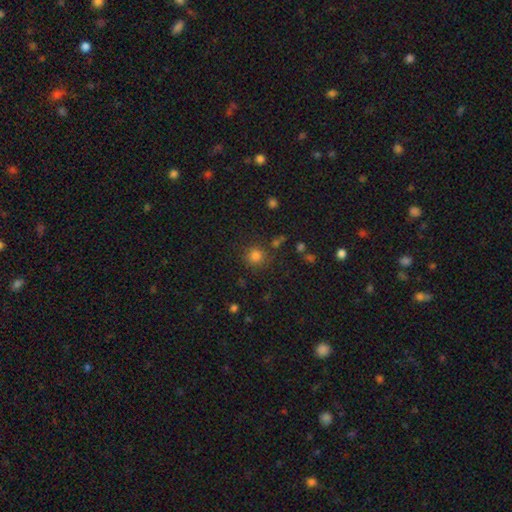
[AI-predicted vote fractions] smooth 80%, star or artifact 14%, featured or disk 5%. Down the decision tree: how rounded — round (91%); merging — none (80%).